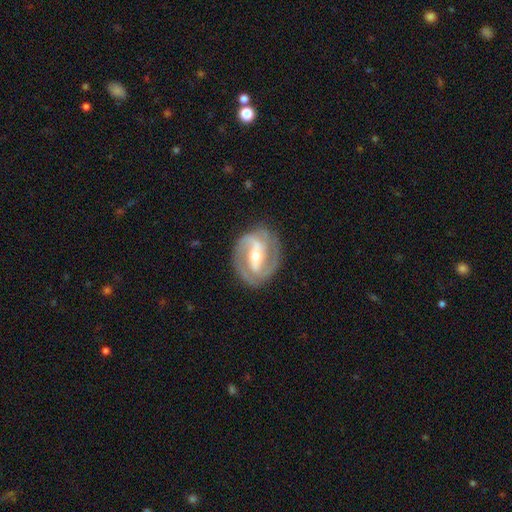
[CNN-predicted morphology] type=featured or disk (88%); edge-on=no (96%); bar=strong (61%); spiral arms=yes (94%); winding=medium (46%); arm count=2 (84%); bulge=moderate (55%); merging=none (80%).